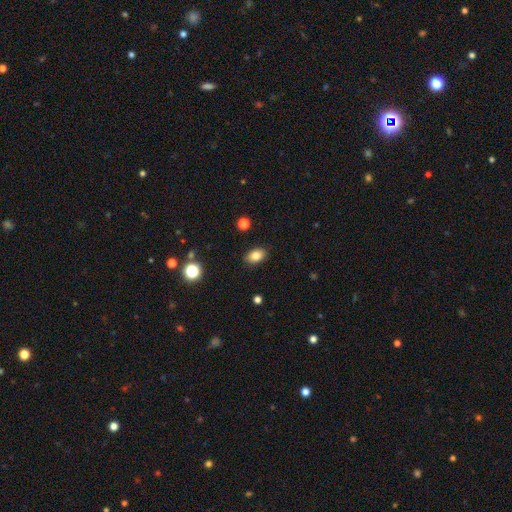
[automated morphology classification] The model was most divided on "how rounded": in between: 86%, round: 13%, cigar-shaped: 1%. More confident: merging — none (88%); smooth or featured — smooth (83%).